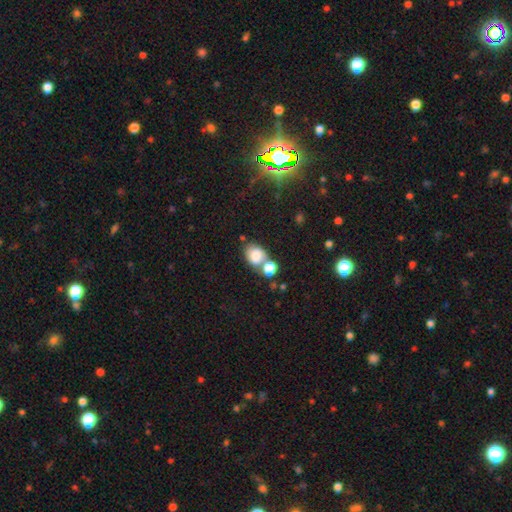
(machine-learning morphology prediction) The model was most divided on "merging" (2-way tie): merger: 40%, none: 40%, minor disturbance: 14%, major disturbance: 6%. More confident: smooth or featured — smooth (75%); how rounded — in between (66%).